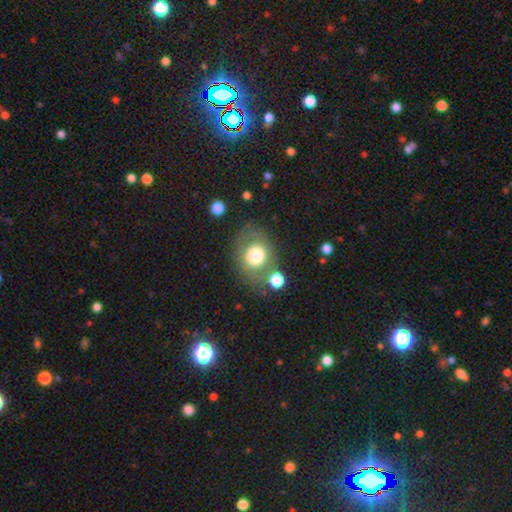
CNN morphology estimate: Smooth or featured?
  - smooth: 66% *
  - featured or disk: 25%
  - star or artifact: 10%
How rounded?
  - round: 63% *
  - in between: 36%
  - cigar-shaped: 1%
Merging?
  - none: 65% *
  - minor disturbance: 16%
  - merger: 10%
  - major disturbance: 9%